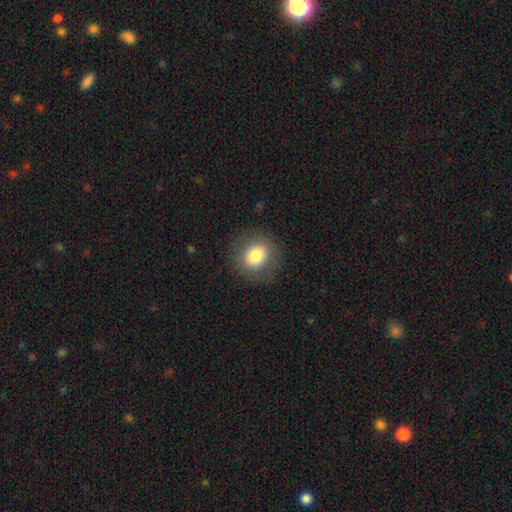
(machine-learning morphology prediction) The model was most divided on "how rounded": round: 78%, in between: 21%, cigar-shaped: 1%. More confident: merging — none (85%); smooth or featured — smooth (80%).